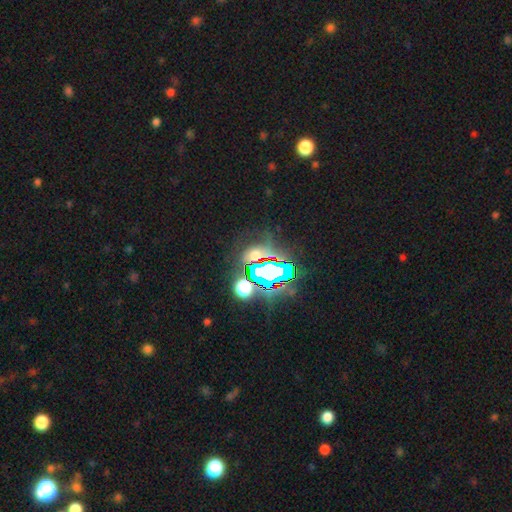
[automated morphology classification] Smooth or featured? star or artifact (64%)